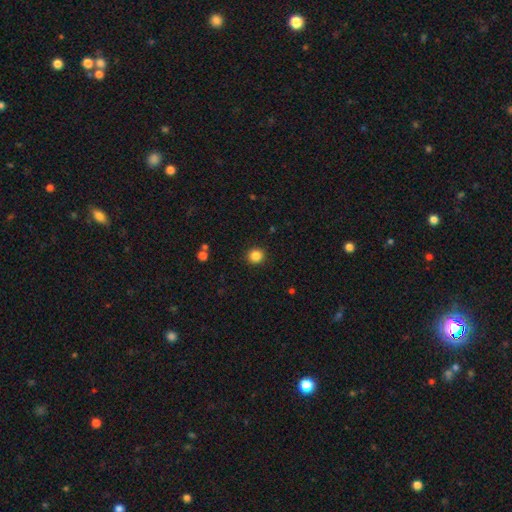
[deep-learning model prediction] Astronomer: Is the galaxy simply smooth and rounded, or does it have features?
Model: smooth — 85%.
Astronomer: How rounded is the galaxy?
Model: round — 89%.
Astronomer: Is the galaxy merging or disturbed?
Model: none — 92%.